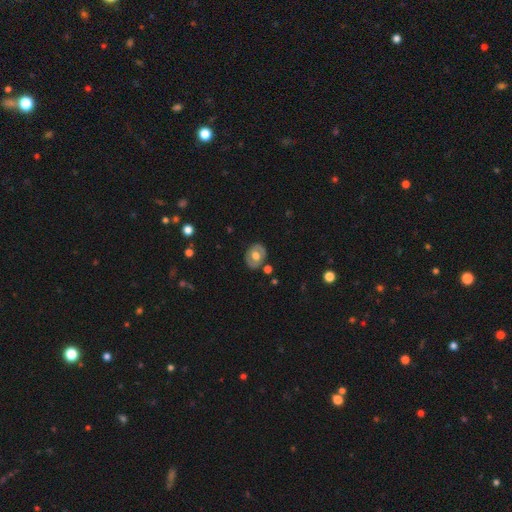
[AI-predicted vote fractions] smooth-or-featured: smooth: 49% | featured or disk: 45% | star or artifact: 7%
  merging: none: 82% | minor disturbance: 11% | merger: 4% | major disturbance: 3%